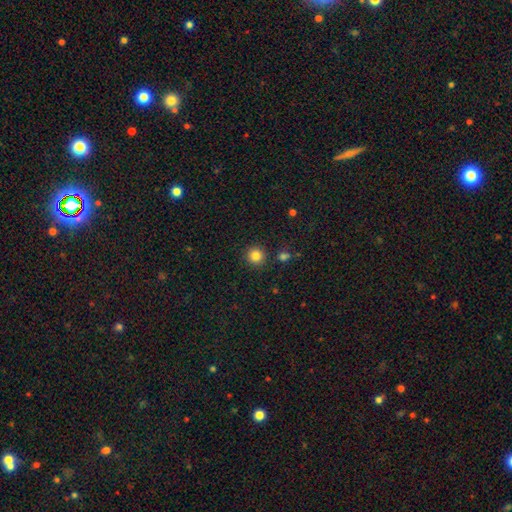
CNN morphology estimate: type=smooth (83%); roundness=round (94%); merging=none (90%).